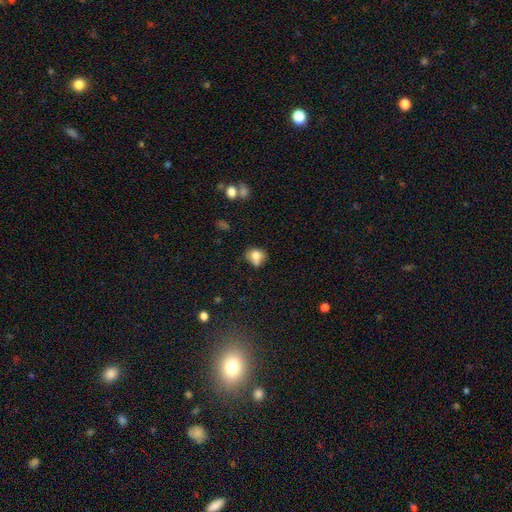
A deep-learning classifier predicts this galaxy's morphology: smooth 75%, featured or disk 14%, star or artifact 11%. Down the decision tree: how rounded — round (62%); merging — none (48%).